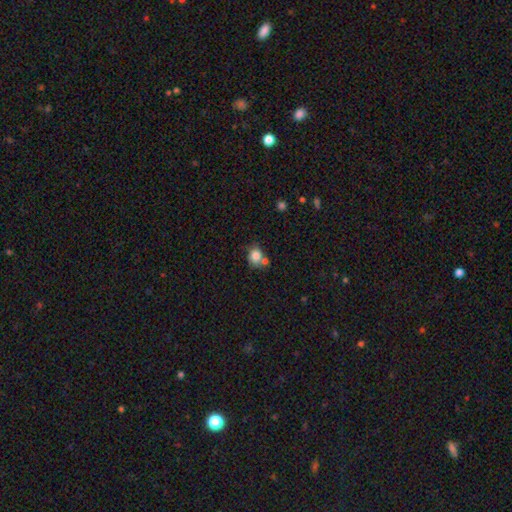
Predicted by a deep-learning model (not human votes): A smooth galaxy with no disk features (81%) that is round (66%). Merging: none (47%).